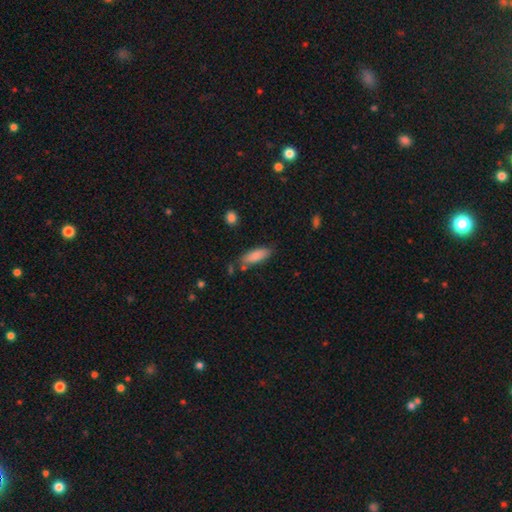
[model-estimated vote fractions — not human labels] Q: Smooth or featured?
A: smooth (85%); runner-up: featured or disk (8%)
Q: How rounded?
A: in between (66%); runner-up: cigar-shaped (32%)
Q: Merging?
A: none (75%); runner-up: minor disturbance (16%)